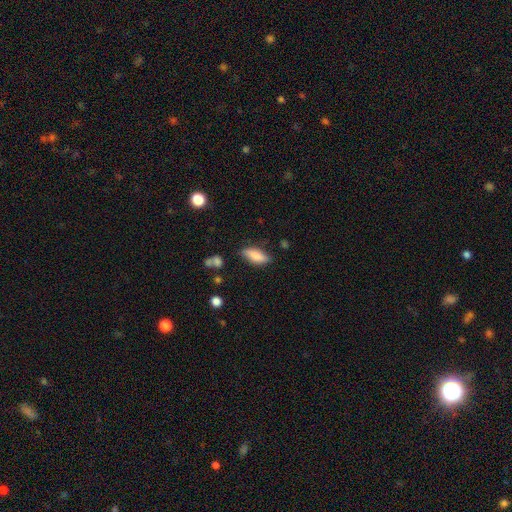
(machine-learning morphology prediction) This appears to be a smooth galaxy with no disk features (80%) that is in between round and cigar-shaped (72%). Merging: none (77%).